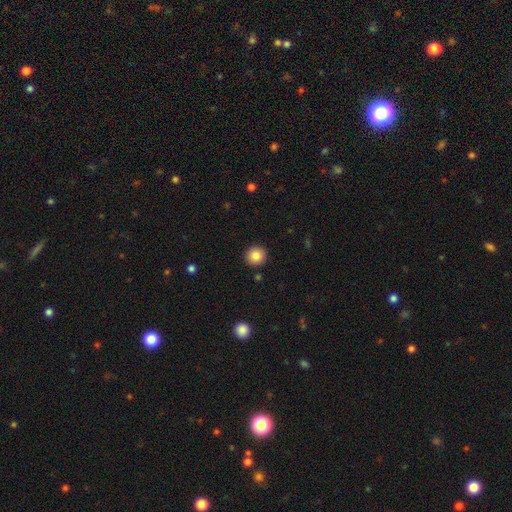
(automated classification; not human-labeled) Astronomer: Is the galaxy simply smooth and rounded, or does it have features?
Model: smooth — 85%.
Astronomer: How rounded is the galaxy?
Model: round — 92%.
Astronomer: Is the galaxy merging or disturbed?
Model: none — 92%.